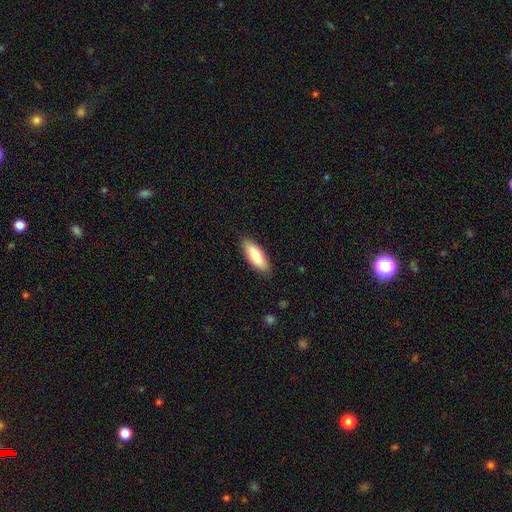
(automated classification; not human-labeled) Overall: smooth (78%). How rounded: in between (69%; cigar-shaped 29%). Merging: none (86%).